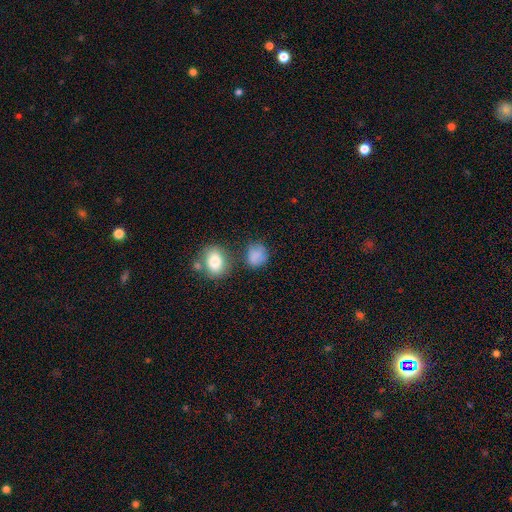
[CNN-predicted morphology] This appears to be a smooth galaxy with no disk features (81%) that is round (60%). Merging: none (56%).